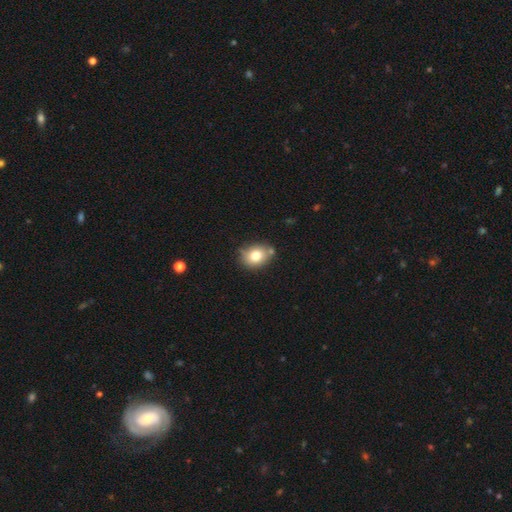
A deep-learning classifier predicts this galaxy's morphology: A smooth galaxy with no disk features (76%) that is in between round and cigar-shaped (50%). Merging: none (71%).